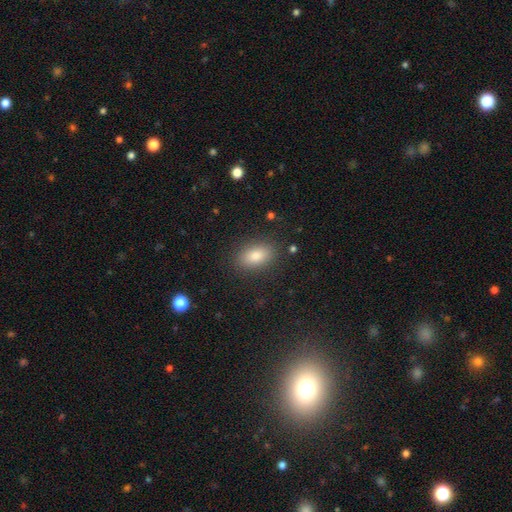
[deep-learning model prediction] Smooth or featured?
  - smooth: 82% *
  - star or artifact: 9%
  - featured or disk: 9%
How rounded?
  - in between: 89% *
  - round: 8%
  - cigar-shaped: 4%
Merging?
  - none: 87% *
  - minor disturbance: 9%
  - major disturbance: 3%
  - merger: 1%